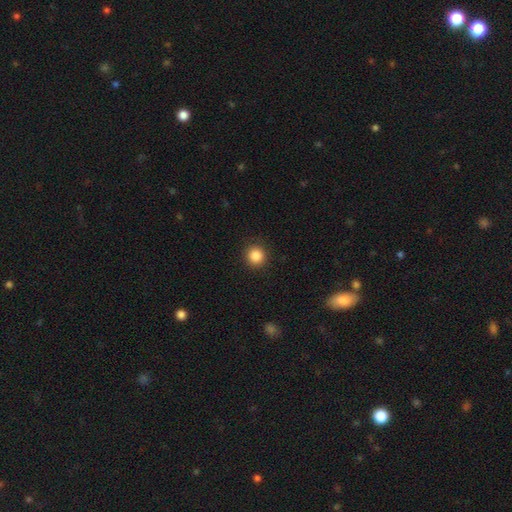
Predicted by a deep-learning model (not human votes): Smooth or featured: smooth — 86% (star or artifact — 10%)
How rounded: round — 93% (in between — 6%)
Merging: none — 91% (minor disturbance — 6%)